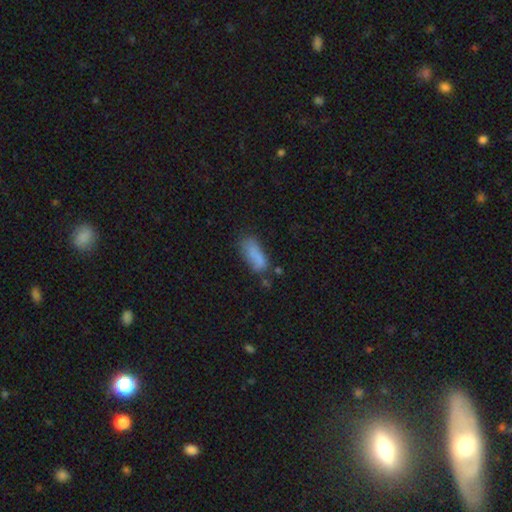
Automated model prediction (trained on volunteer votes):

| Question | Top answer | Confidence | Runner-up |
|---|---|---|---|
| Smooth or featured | smooth | 79% | featured or disk (11%) |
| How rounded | in between | 72% | cigar-shaped (26%) |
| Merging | none | 48% | minor disturbance (29%) |